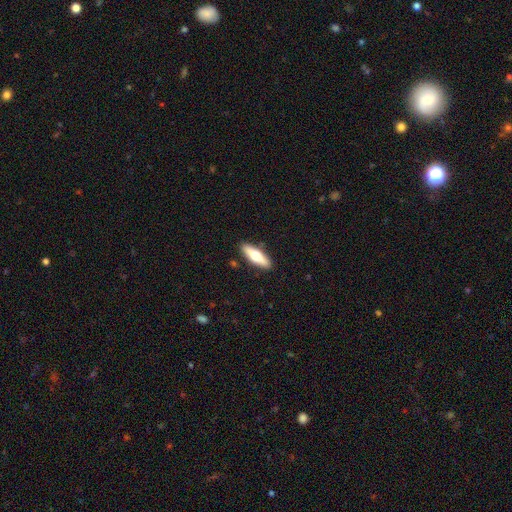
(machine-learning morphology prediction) smooth-or-featured: smooth: 59% | featured or disk: 36% | star or artifact: 6%
  how-rounded: cigar-shaped: 54% | in between: 44% | round: 2%
  merging: none: 89% | minor disturbance: 8% | major disturbance: 2% | merger: 2%